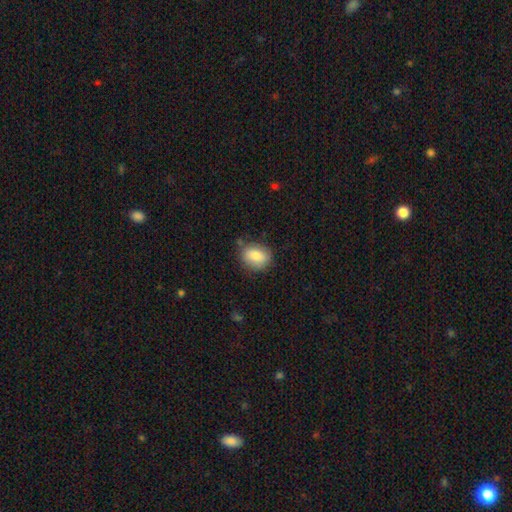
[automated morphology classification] smooth 82%, featured or disk 10%, star or artifact 8%. Down the decision tree: how rounded — in between (59%); merging — none (73%).